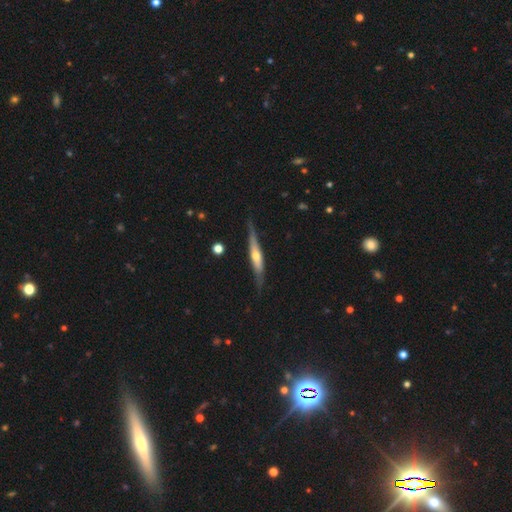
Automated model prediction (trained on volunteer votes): Smooth or featured: featured or disk — 65% (smooth — 30%)
Edge-on disk: yes — 92% (no — 8%)
Edge-on bulge: rounded — 79% (none — 14%)
Merging: none — 76% (minor disturbance — 18%)